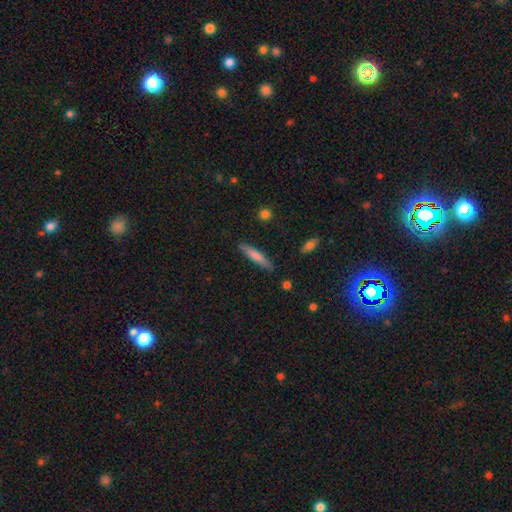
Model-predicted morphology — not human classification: A smooth galaxy with no disk features (74%) that is cigar-shaped (89%).

Vote fractions:
- Smooth or featured? smooth: 74% / featured or disk: 21% / star or artifact: 6%
- How rounded? cigar-shaped: 89% / in between: 10% / round: 1%
- Merging? none: 85% / minor disturbance: 11% / major disturbance: 2% / merger: 2%